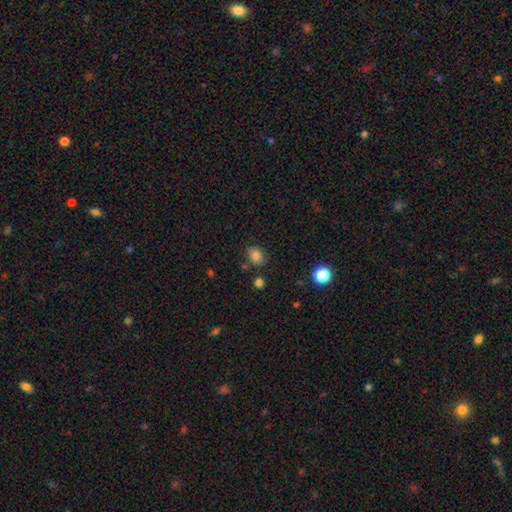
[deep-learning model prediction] Smooth or featured: smooth — 80% (star or artifact — 12%)
How rounded: round — 53% (in between — 46%)
Merging: none — 76% (minor disturbance — 14%)